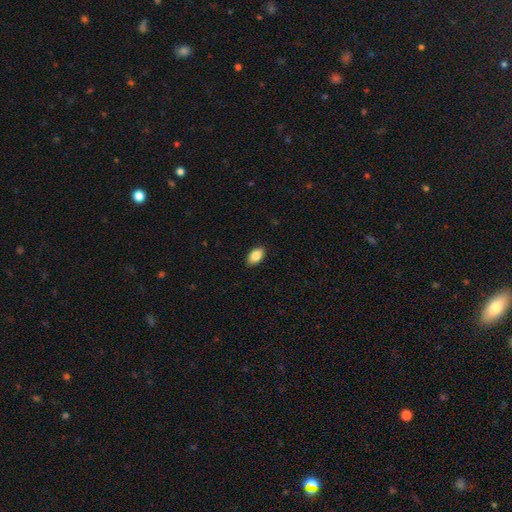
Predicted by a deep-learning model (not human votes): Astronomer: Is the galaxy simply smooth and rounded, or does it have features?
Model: smooth — 87%.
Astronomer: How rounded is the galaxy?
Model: in between — 93%.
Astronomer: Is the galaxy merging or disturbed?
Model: none — 89%.